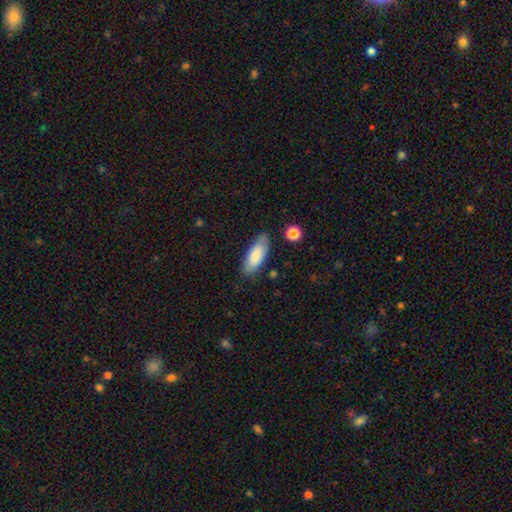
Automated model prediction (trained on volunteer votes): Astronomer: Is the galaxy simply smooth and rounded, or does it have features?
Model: smooth — 81%.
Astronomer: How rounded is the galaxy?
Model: in between — 76%.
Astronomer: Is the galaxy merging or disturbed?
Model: none — 79%.